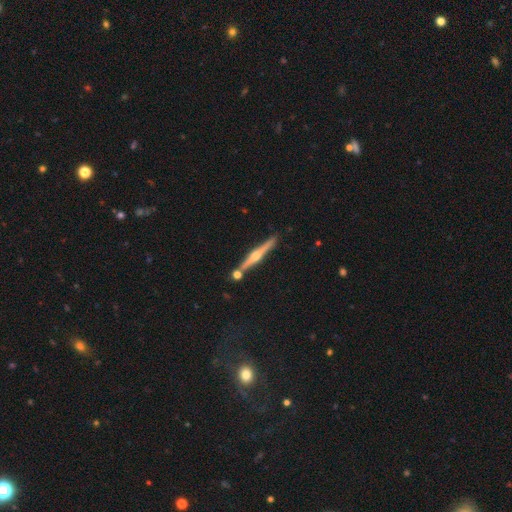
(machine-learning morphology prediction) smooth_or_featured: featured or disk (p=0.77) [alt: smooth p=0.17]
disk_edge_on: yes (p=0.98) [alt: no p=0.02]
edge_on_bulge: rounded (p=0.91) [alt: boxy p=0.05]
merging: none (p=0.82) [alt: minor disturbance p=0.08]